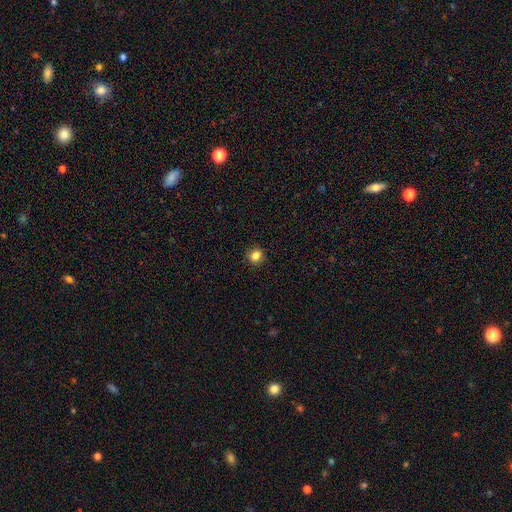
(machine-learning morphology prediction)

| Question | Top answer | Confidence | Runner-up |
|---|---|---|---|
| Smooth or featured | smooth | 83% | star or artifact (12%) |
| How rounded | round | 85% | in between (13%) |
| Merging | none | 90% | minor disturbance (7%) |